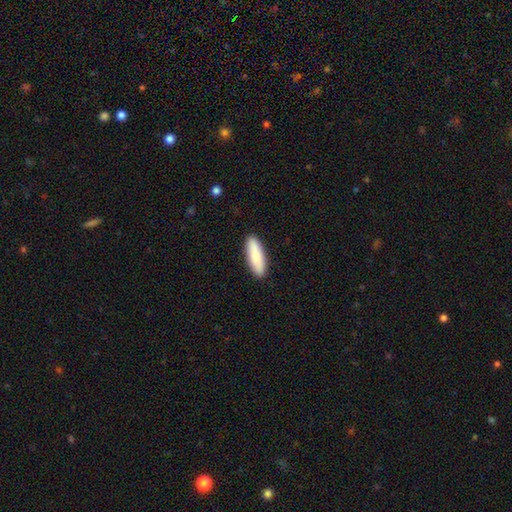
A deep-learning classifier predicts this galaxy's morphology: Smooth or featured: smooth — 85% (featured or disk — 10%)
How rounded: cigar-shaped — 51% (in between — 47%)
Merging: none — 90% (minor disturbance — 7%)